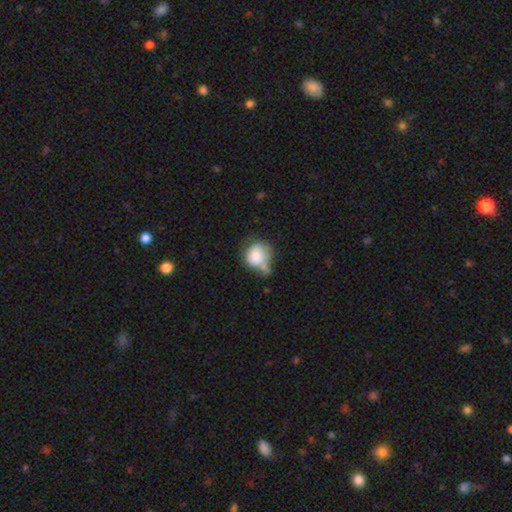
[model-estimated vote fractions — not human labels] Morphology: type=smooth (78%); roundness=round (74%); merging=none (32%).